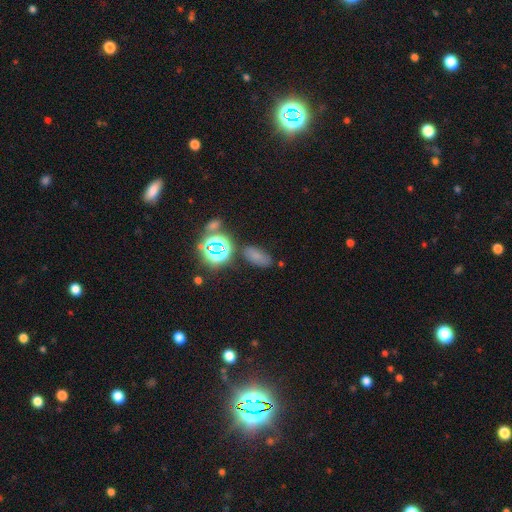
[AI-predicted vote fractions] smooth-or-featured: smooth: 60% | star or artifact: 30% | featured or disk: 10%
  how-rounded: in between: 85% | round: 8% | cigar-shaped: 6%
  merging: none: 71% | minor disturbance: 16% | merger: 7% | major disturbance: 6%